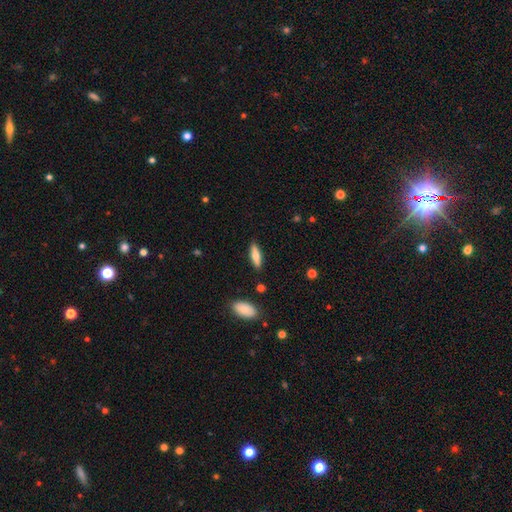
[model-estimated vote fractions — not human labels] Smooth or featured: smooth — 66% (featured or disk — 28%)
How rounded: cigar-shaped — 56% (in between — 42%)
Merging: none — 88% (minor disturbance — 9%)